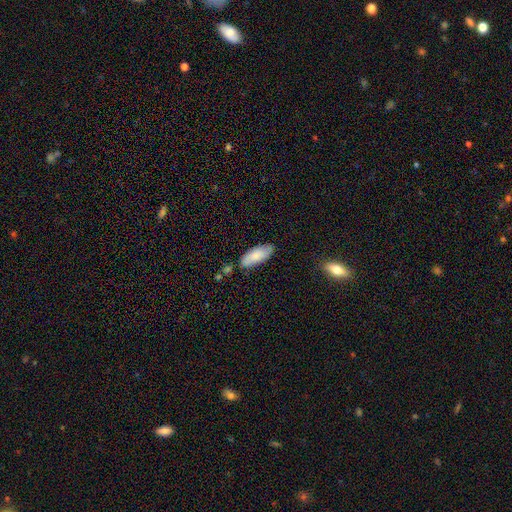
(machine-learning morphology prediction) Smooth or featured?
  - smooth: 78% *
  - featured or disk: 16%
  - star or artifact: 6%
How rounded?
  - in between: 79% *
  - cigar-shaped: 19%
  - round: 2%
Merging?
  - none: 74% *
  - minor disturbance: 19%
  - merger: 4%
  - major disturbance: 3%